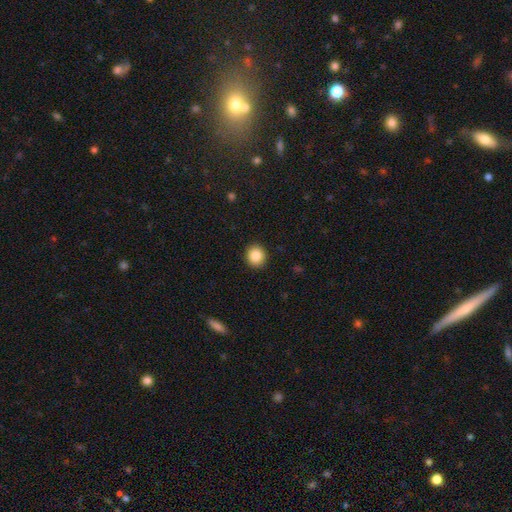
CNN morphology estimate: type=smooth (86%); roundness=round (84%); merging=none (92%).